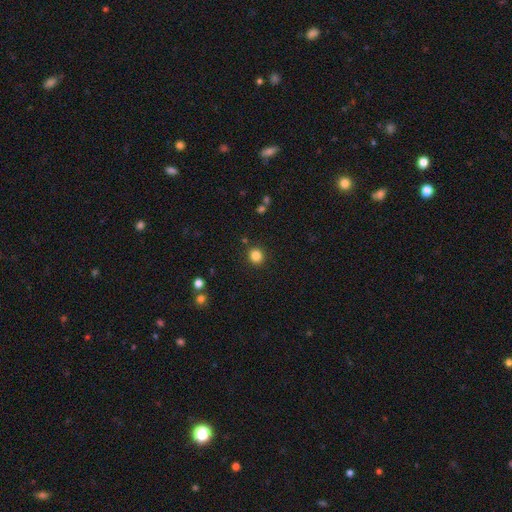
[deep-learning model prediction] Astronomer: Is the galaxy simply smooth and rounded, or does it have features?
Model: smooth — 84%.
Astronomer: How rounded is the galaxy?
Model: round — 89%.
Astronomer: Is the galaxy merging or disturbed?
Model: none — 90%.